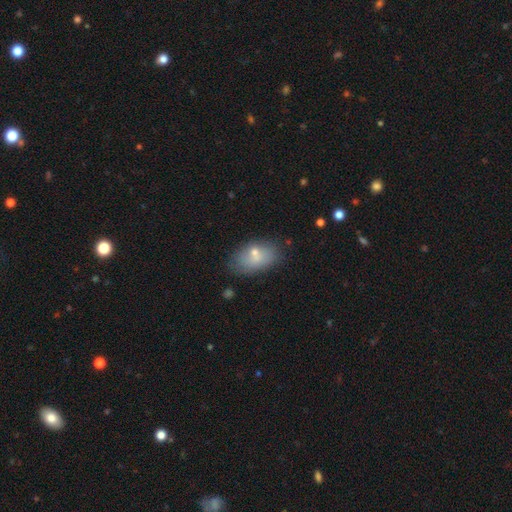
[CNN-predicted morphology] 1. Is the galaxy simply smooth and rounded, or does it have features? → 70% smooth, 20% featured or disk, 9% star or artifact.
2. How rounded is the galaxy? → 89% in between, 8% round, 2% cigar-shaped.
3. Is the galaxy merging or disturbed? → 62% none, 20% minor disturbance, 13% merger, 6% major disturbance.